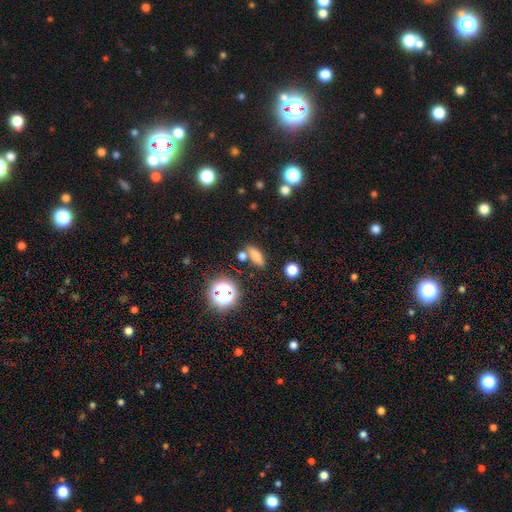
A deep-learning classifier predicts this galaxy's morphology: Overall: smooth (71%). How rounded: in between (54%; cigar-shaped 35%). Merging: none (70%).